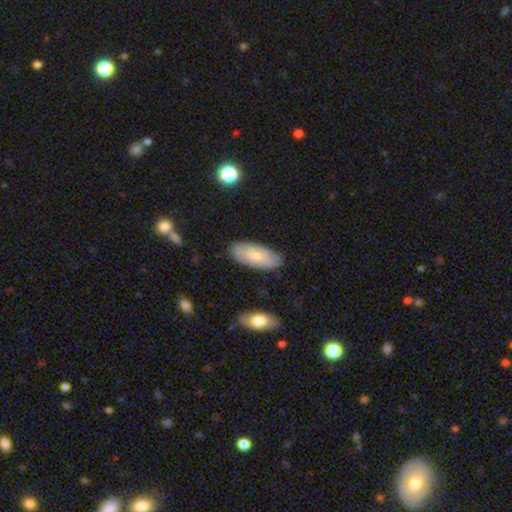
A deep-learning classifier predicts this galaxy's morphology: This appears to be a smooth galaxy with no disk features (74%) that is in between round and cigar-shaped (86%). Merging: none (81%).